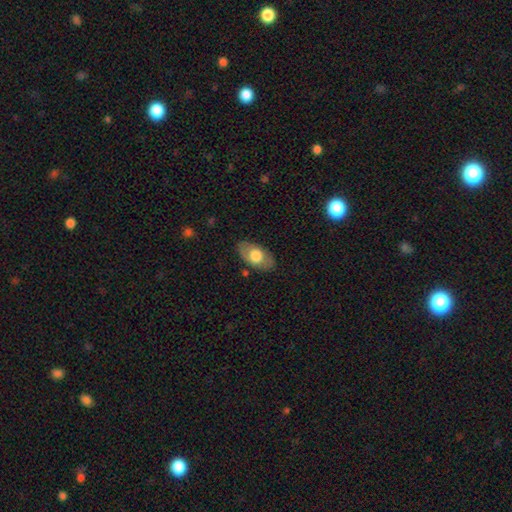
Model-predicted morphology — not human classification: type=smooth (63%); roundness=in between (91%); merging=none (81%).